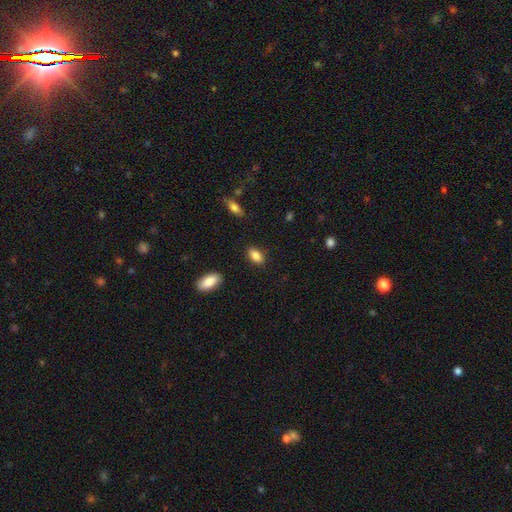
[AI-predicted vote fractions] Q: Smooth or featured?
A: smooth (86%); runner-up: star or artifact (8%)
Q: How rounded?
A: in between (90%); runner-up: round (6%)
Q: Merging?
A: none (86%); runner-up: minor disturbance (10%)